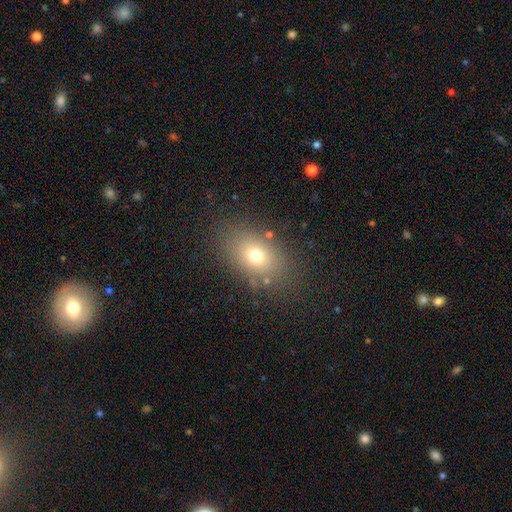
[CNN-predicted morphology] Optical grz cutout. It shows a smooth galaxy with no disk features (71%) that is in between round and cigar-shaped (78%). Merging: none (81%).